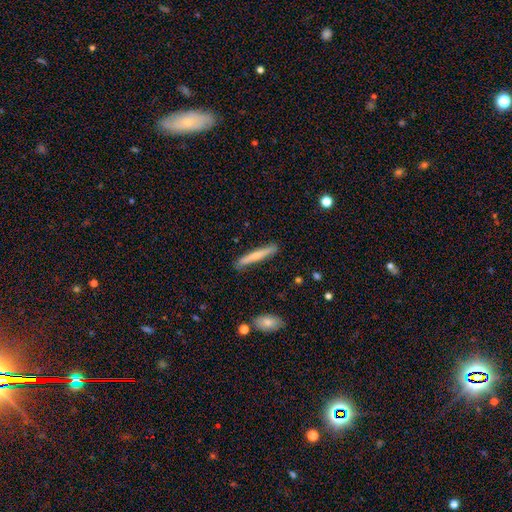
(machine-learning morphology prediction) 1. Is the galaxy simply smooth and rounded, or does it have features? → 51% smooth, 44% featured or disk, 6% star or artifact.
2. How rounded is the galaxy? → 94% cigar-shaped, 5% in between, 2% round.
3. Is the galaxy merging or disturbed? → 87% none, 9% minor disturbance, 2% major disturbance, 2% merger.